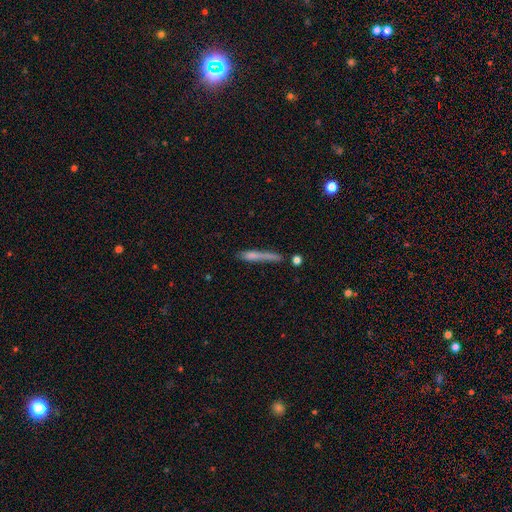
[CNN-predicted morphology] smooth_or_featured: smooth (p=0.64) [alt: featured or disk p=0.26]
how_rounded: cigar-shaped (p=0.92) [alt: in between p=0.06]
merging: none (p=0.54) [alt: minor disturbance p=0.22]